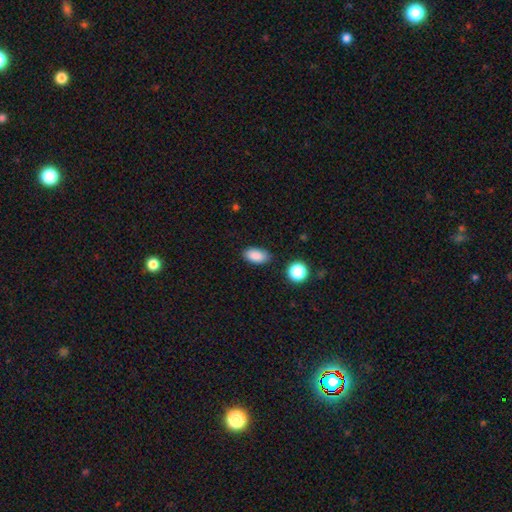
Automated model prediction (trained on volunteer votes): Smooth or featured? Predicted: smooth (p=0.88). How rounded? Predicted: in between (p=0.92). Merging? Predicted: none (p=0.83).